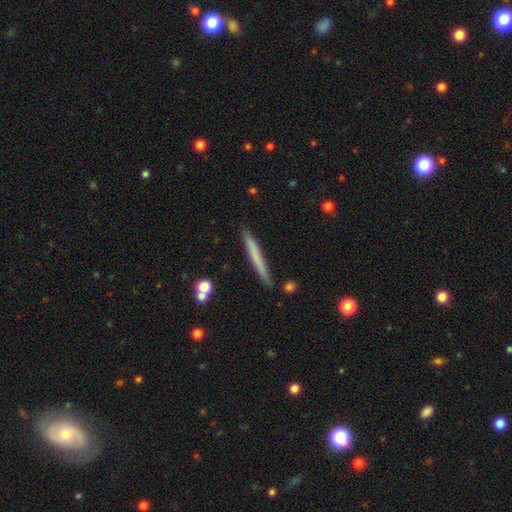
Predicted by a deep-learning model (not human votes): smooth 64%, featured or disk 30%, star or artifact 6%. Down the decision tree: how rounded — cigar-shaped (97%); merging — none (89%).